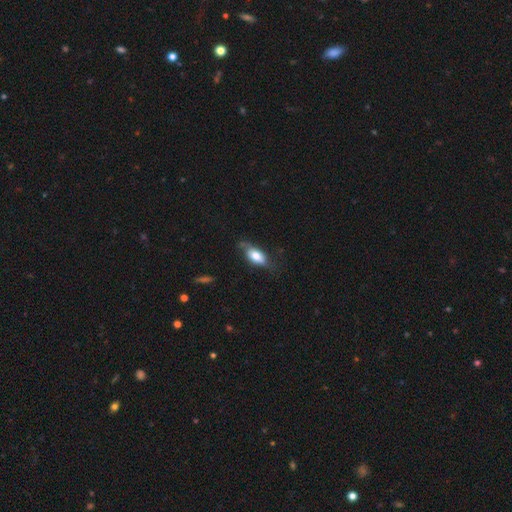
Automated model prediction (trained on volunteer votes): Smooth or featured? smooth (69%)
How rounded? in between (86%)
Merging? none (52%)